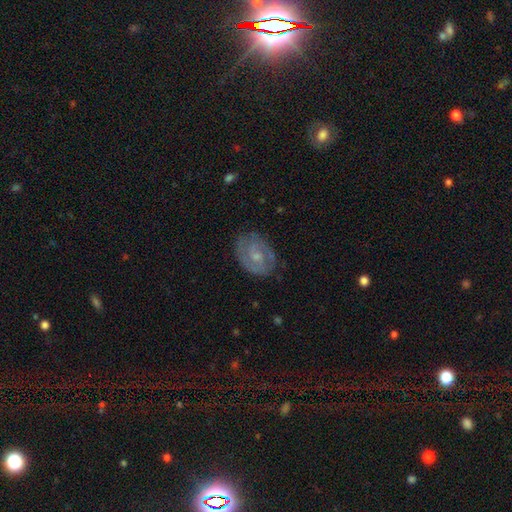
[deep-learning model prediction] This is likely a featured or disk galaxy (64%). It is clearly not viewed edge-on (96%). Bar: likely no (62%). Spiral arm pattern: likely yes (79%). Central bulge: possibly small (55%). Merging: likely none (74%).